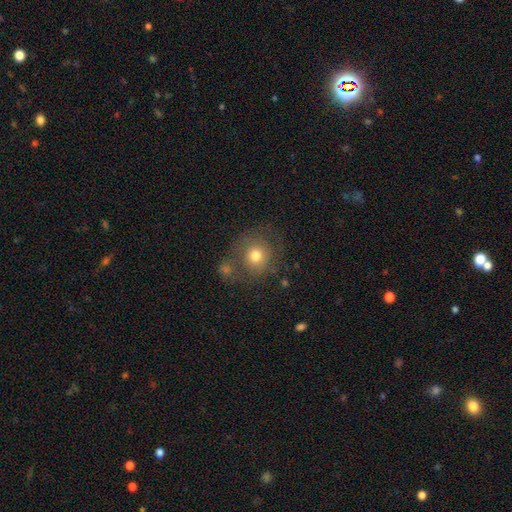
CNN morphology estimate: Q: Smooth or featured?
A: smooth (71%); runner-up: featured or disk (17%)
Q: How rounded?
A: round (85%); runner-up: in between (14%)
Q: Merging?
A: none (61%); runner-up: minor disturbance (16%)